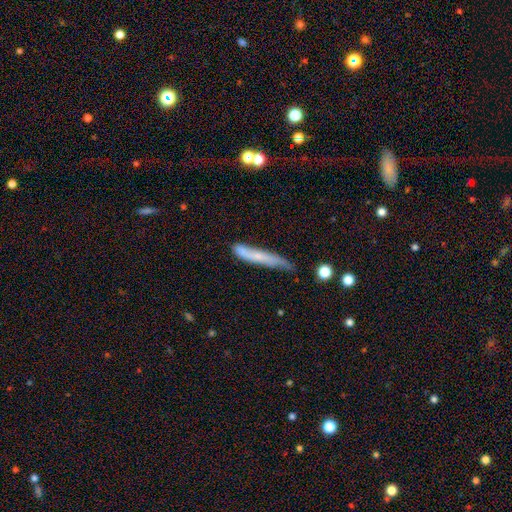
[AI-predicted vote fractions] smooth-or-featured: smooth: 56% | featured or disk: 36% | star or artifact: 8%
  how-rounded: cigar-shaped: 92% | in between: 7% | round: 2%
  merging: none: 50% | minor disturbance: 35% | major disturbance: 11% | merger: 4%